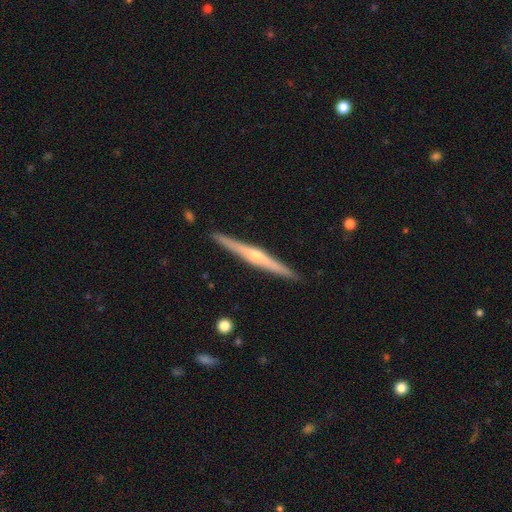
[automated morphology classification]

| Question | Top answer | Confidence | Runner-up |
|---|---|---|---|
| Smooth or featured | featured or disk | 79% | smooth (15%) |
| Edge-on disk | yes | 98% | no (2%) |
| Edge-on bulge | rounded | 83% | none (12%) |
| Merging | none | 92% | minor disturbance (6%) |